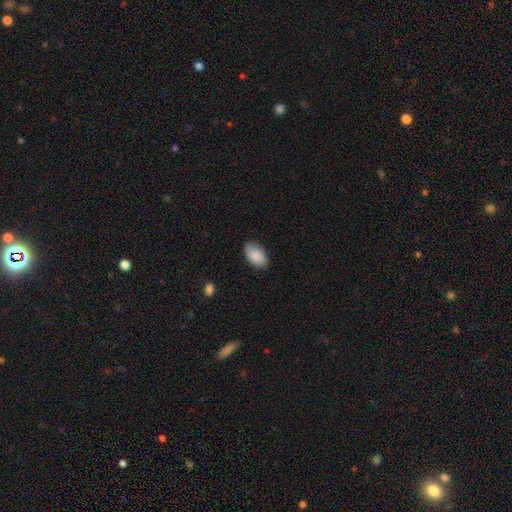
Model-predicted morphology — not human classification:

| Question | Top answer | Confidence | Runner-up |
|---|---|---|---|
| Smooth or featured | smooth | 86% | featured or disk (7%) |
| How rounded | in between | 94% | round (4%) |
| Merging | none | 81% | minor disturbance (15%) |